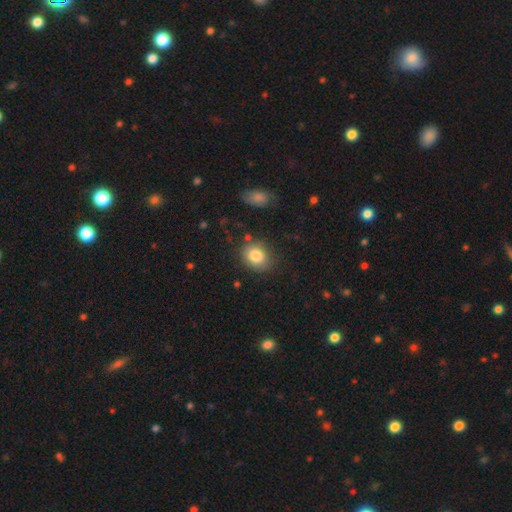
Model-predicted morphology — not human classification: smooth_or_featured: smooth (p=0.82) [alt: featured or disk p=0.09]
how_rounded: round (p=0.56) [alt: in between p=0.43]
merging: none (p=0.80) [alt: minor disturbance p=0.13]